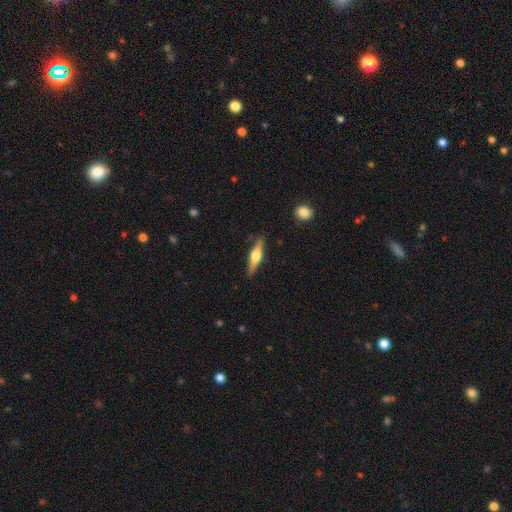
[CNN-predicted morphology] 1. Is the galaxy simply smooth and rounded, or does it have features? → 64% featured or disk, 30% smooth, 6% star or artifact.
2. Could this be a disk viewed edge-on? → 96% yes, 4% no.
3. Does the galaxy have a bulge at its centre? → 93% rounded, 5% boxy, 2% none.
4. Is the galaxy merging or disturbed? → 86% none, 10% minor disturbance, 2% major disturbance, 1% merger.